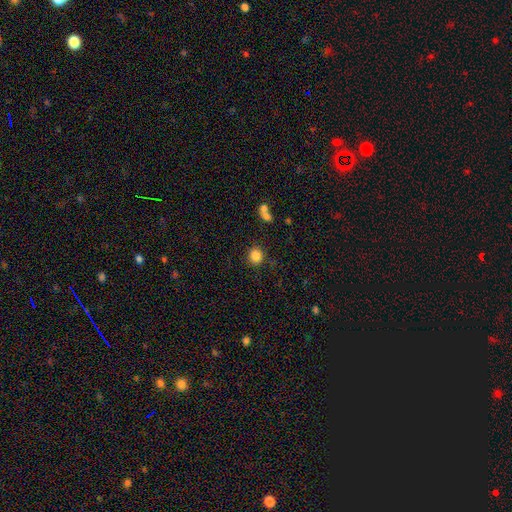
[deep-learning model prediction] Smooth or featured: smooth — 85% (star or artifact — 11%)
How rounded: round — 88% (in between — 11%)
Merging: none — 84% (minor disturbance — 8%)